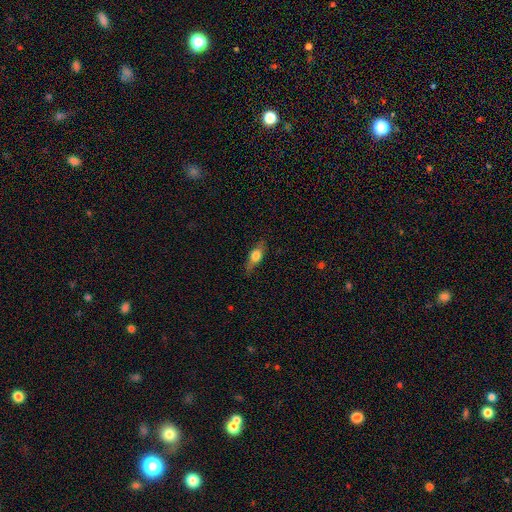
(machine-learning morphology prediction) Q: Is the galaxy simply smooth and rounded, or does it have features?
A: smooth — 61%.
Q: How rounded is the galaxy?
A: in between — 63%.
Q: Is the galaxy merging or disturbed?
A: none — 76%.